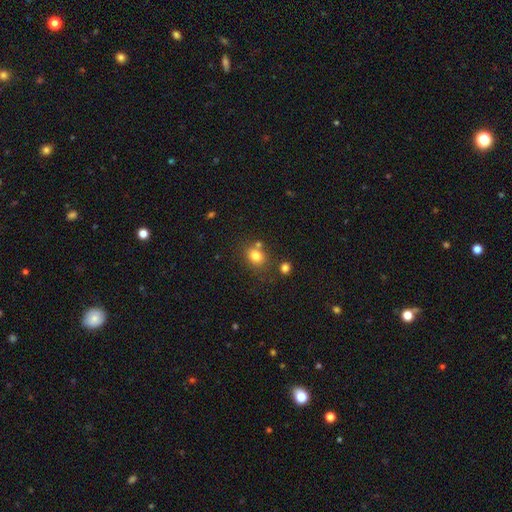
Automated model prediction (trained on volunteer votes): Overall: smooth (80%). How rounded: round (61%; in between 38%). Merging: none (68%).